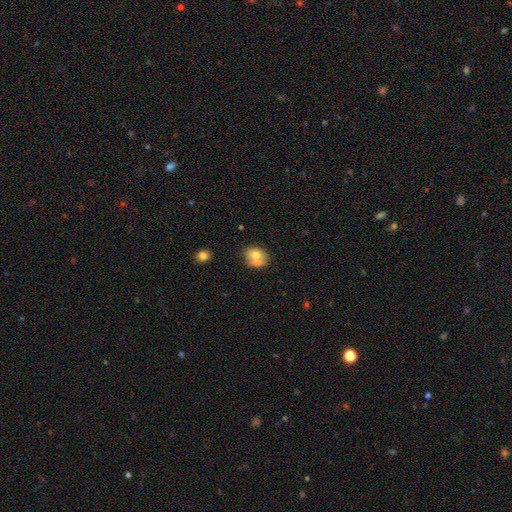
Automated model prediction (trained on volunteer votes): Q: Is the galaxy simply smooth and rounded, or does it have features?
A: smooth — 68%.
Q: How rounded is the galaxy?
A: round — 50%.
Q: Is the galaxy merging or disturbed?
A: none — 44%.